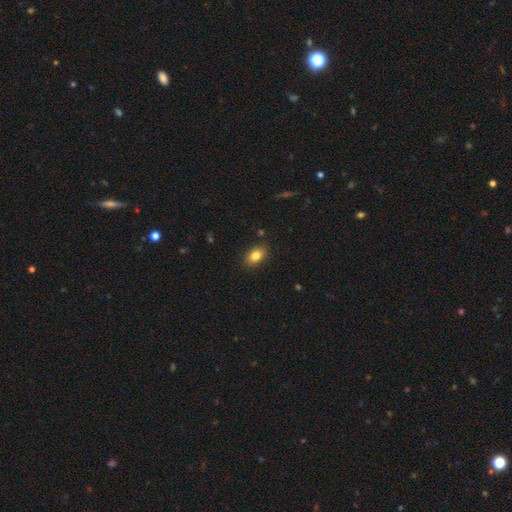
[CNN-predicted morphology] This is clearly a smooth galaxy (83%). How rounded: clearly in between (83%). Merging: clearly none (87%).